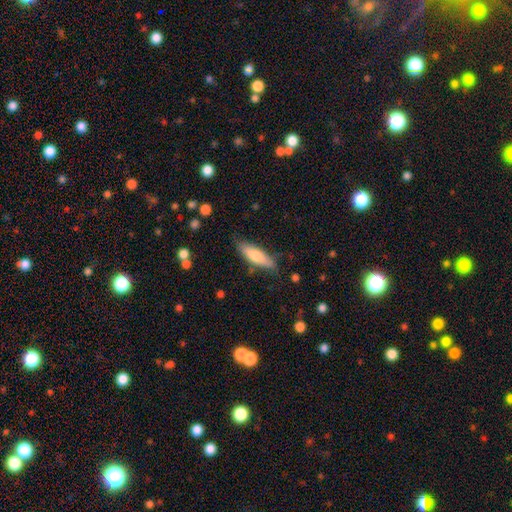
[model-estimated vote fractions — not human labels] The model was most divided on "how rounded": cigar-shaped: 54%, in between: 44%, round: 2%. More confident: merging — none (78%); smooth or featured — smooth (72%).